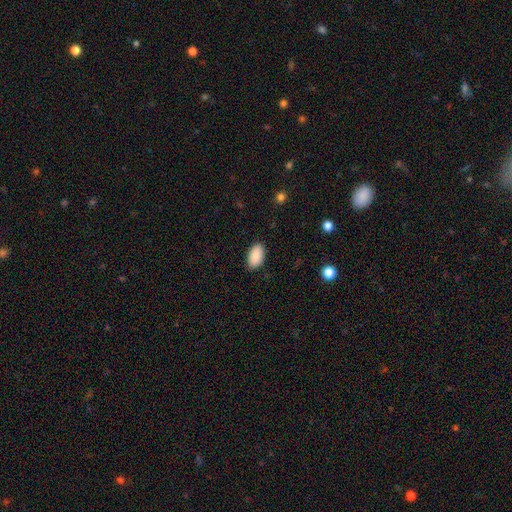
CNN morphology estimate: A smooth galaxy with no disk features (90%) that is in between round and cigar-shaped (95%).

Vote fractions:
- Smooth or featured? smooth: 90% / star or artifact: 6% / featured or disk: 4%
- How rounded? in between: 95% / round: 4% / cigar-shaped: 2%
- Merging? none: 88% / minor disturbance: 9% / major disturbance: 2% / merger: 1%